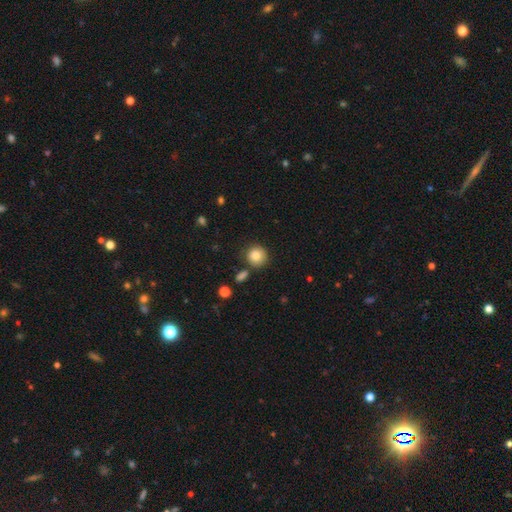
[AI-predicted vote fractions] smooth_or_featured: smooth (p=0.84) [alt: star or artifact p=0.09]
how_rounded: round (p=0.91) [alt: in between p=0.08]
merging: none (p=0.77) [alt: minor disturbance p=0.12]